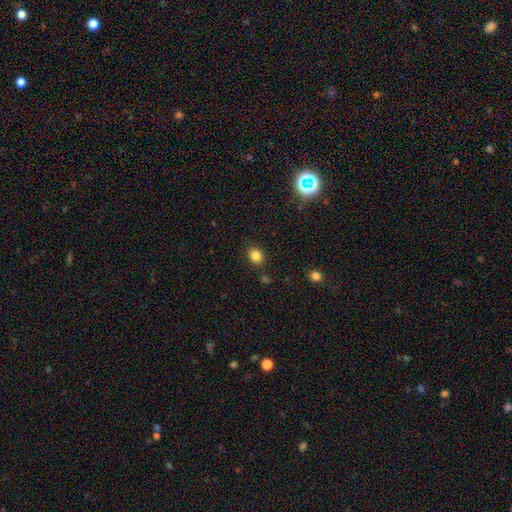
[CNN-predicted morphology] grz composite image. It shows a smooth galaxy with no disk features (83%) that is round (51%). Merging: none (86%).